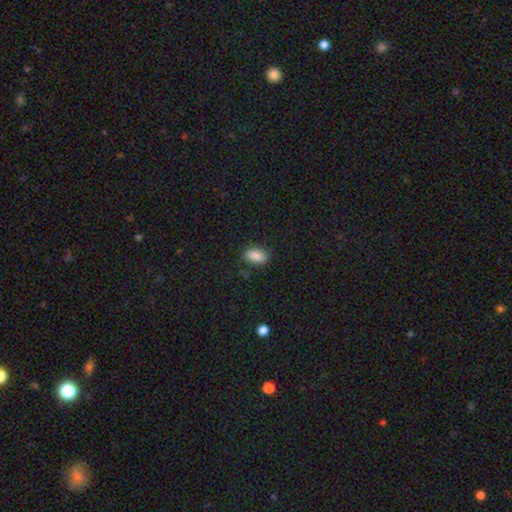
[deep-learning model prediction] A smooth galaxy with no disk features (87%) that is in between round and cigar-shaped (90%). Merging: none (82%).